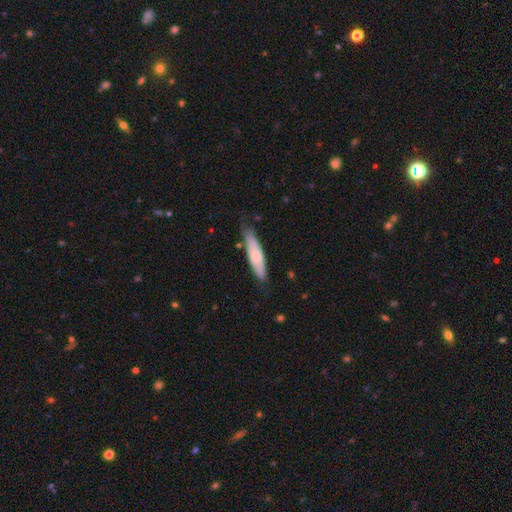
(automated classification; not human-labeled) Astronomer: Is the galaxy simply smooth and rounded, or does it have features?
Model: smooth — 71%.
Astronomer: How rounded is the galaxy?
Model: cigar-shaped — 76%.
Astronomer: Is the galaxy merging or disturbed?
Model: none — 73%.